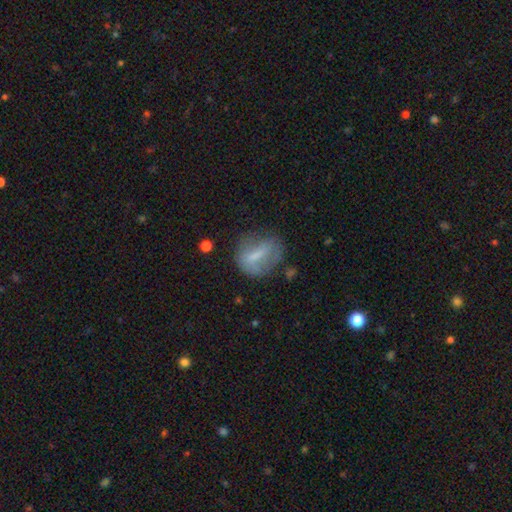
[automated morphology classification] smooth 56%, featured or disk 35%, star or artifact 9%. Down the decision tree: how rounded — in between (54%); merging — none (50%).